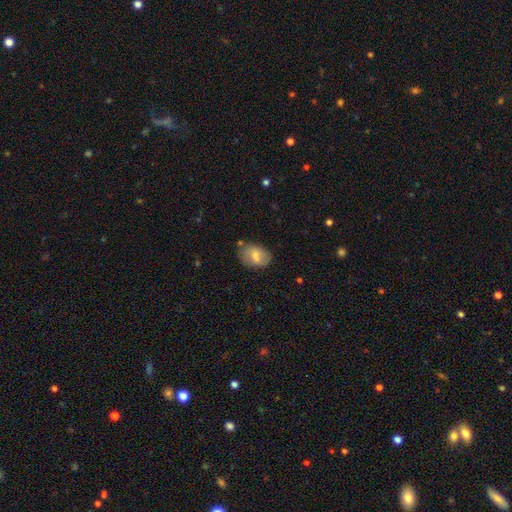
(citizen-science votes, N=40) Smooth or featured: smooth — 72% (featured or disk — 22%)
How rounded: in between — 76% (round — 24%)
Merging: none — 63% (minor disturbance — 24%)